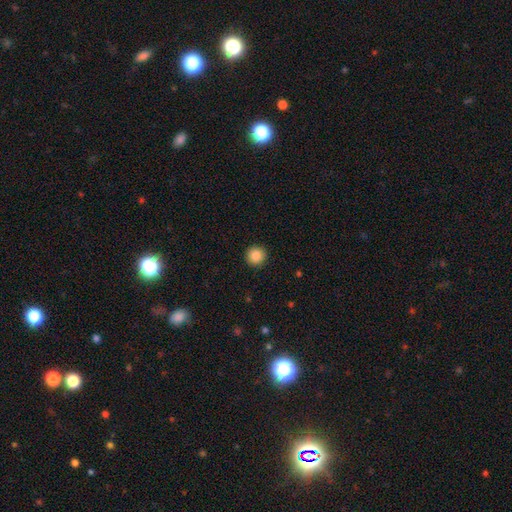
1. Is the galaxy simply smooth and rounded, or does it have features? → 98% smooth, 2% star or artifact, 0% featured or disk.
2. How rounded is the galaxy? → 100% round, 0% in between, 0% cigar-shaped.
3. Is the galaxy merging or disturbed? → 87% none, 10% minor disturbance, 3% major disturbance, 0% merger.